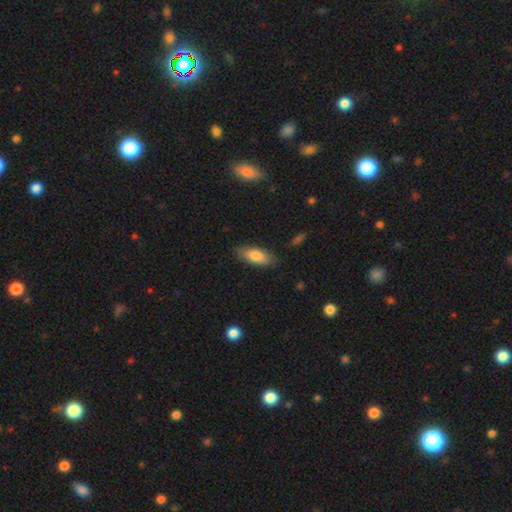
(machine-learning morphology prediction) smooth-or-featured: smooth: 79% | featured or disk: 15% | star or artifact: 6%
  how-rounded: in between: 78% | cigar-shaped: 20% | round: 2%
  merging: none: 83% | minor disturbance: 13% | major disturbance: 3% | merger: 1%